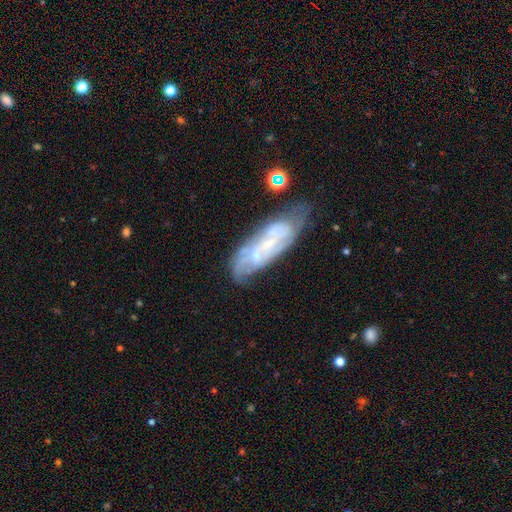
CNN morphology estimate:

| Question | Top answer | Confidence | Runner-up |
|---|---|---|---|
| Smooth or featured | featured or disk | 67% | smooth (25%) |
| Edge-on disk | no | 87% | yes (13%) |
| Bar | no | 52% | weak (35%) |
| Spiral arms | yes | 66% | no (34%) |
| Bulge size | small | 57% | moderate (25%) |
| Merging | none | 43% | minor disturbance (25%) |